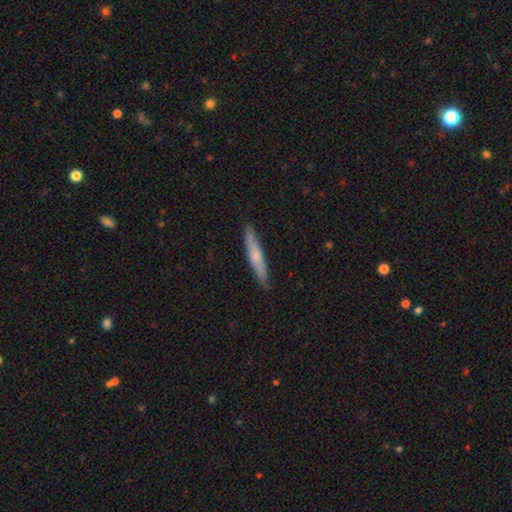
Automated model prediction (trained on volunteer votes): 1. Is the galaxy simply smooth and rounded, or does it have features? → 56% smooth, 38% featured or disk, 6% star or artifact.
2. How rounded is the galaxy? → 93% cigar-shaped, 5% in between, 1% round.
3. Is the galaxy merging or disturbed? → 89% none, 8% minor disturbance, 1% major disturbance, 1% merger.